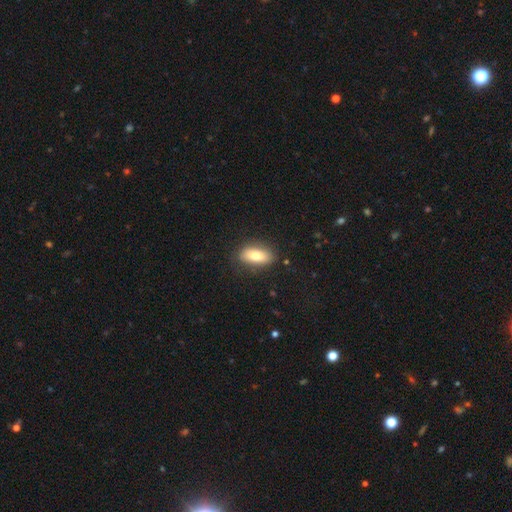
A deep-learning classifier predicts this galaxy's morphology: This appears to be a smooth galaxy with no disk features (77%) that is in between round and cigar-shaped (85%). Merging: none (83%).